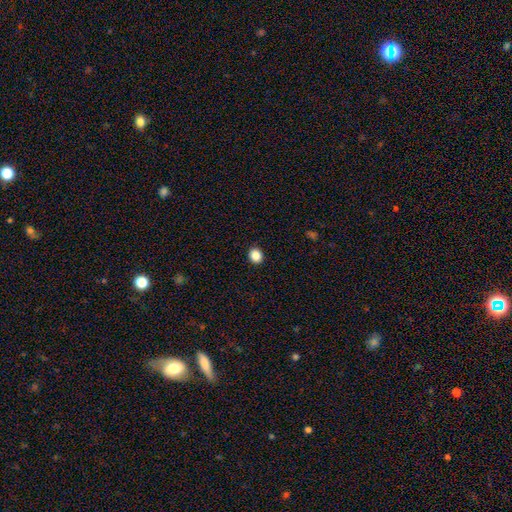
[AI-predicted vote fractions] The model was most divided on "how rounded": round: 76%, in between: 23%, cigar-shaped: 1%. More confident: merging — none (92%); smooth or featured — smooth (87%).